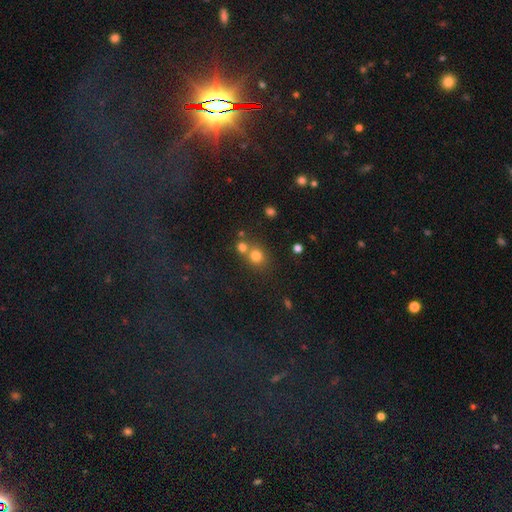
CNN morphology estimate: The model was most divided on "merging": none: 54%, merger: 36%, minor disturbance: 8%, major disturbance: 3%. More confident: how rounded — round (82%); smooth or featured — smooth (76%).